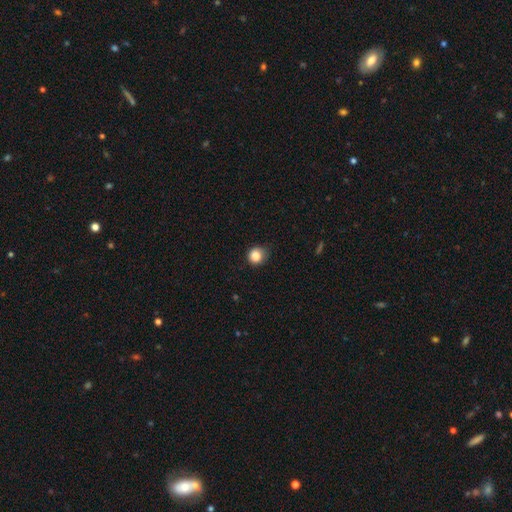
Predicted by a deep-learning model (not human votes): smooth 85%, star or artifact 11%, featured or disk 4%. Down the decision tree: how rounded — round (87%); merging — none (75%).